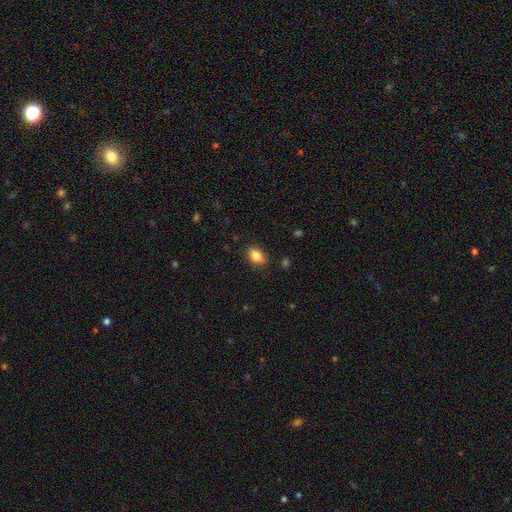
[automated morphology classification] Smooth or featured: smooth — 84% (star or artifact — 9%)
How rounded: in between — 75% (round — 23%)
Merging: none — 81% (minor disturbance — 15%)